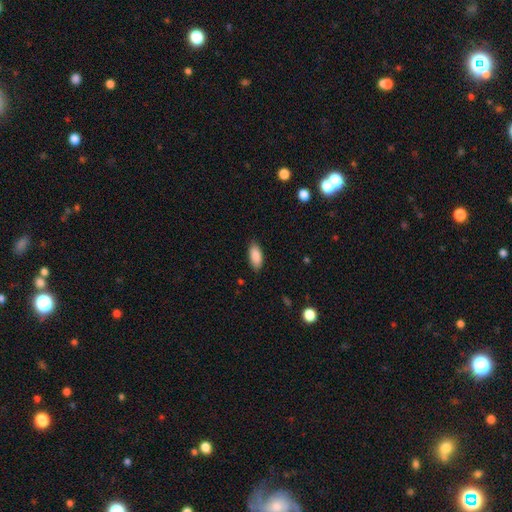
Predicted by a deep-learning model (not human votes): Q: Smooth or featured?
A: smooth (89%); runner-up: star or artifact (6%)
Q: How rounded?
A: in between (88%); runner-up: cigar-shaped (10%)
Q: Merging?
A: none (84%); runner-up: minor disturbance (13%)